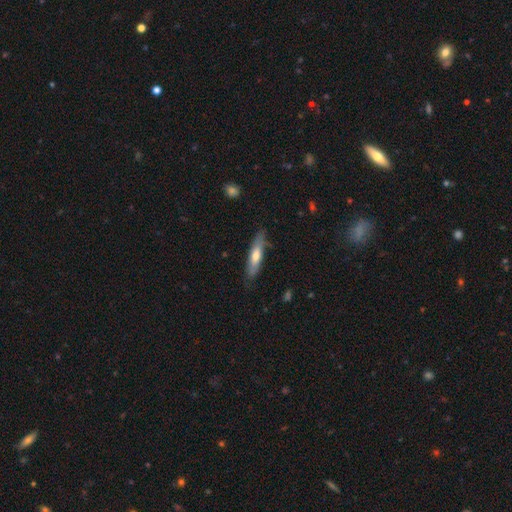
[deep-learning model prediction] This is possibly a smooth galaxy (58%). How rounded: likely cigar-shaped (80%). Merging: likely none (77%).